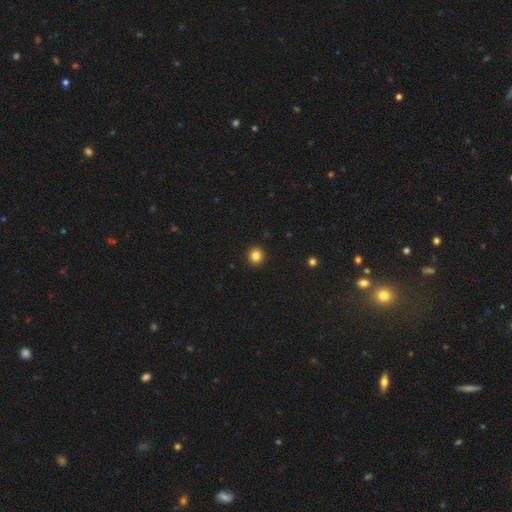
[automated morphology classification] This is clearly a smooth galaxy (84%). How rounded: clearly round (92%). Merging: clearly none (93%).